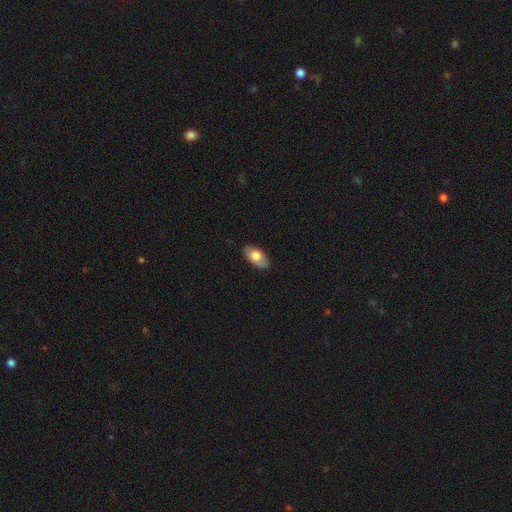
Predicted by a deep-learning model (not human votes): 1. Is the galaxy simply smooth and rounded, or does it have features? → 72% smooth, 22% featured or disk, 6% star or artifact.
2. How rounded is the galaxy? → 93% in between, 4% round, 3% cigar-shaped.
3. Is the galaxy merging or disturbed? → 83% none, 13% minor disturbance, 2% major disturbance, 1% merger.